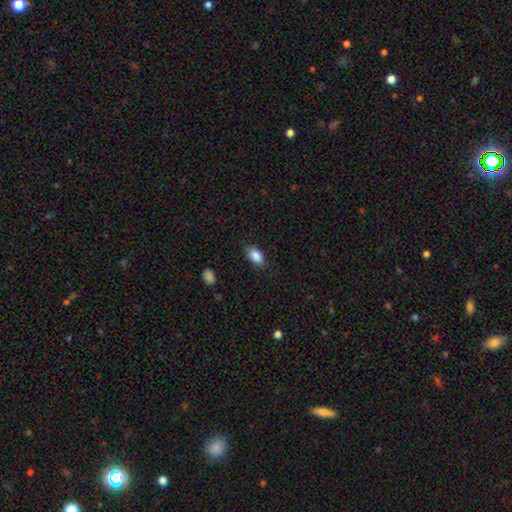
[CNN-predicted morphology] A smooth galaxy with no disk features (88%) that is in between round and cigar-shaped (91%). Merging: none (83%).